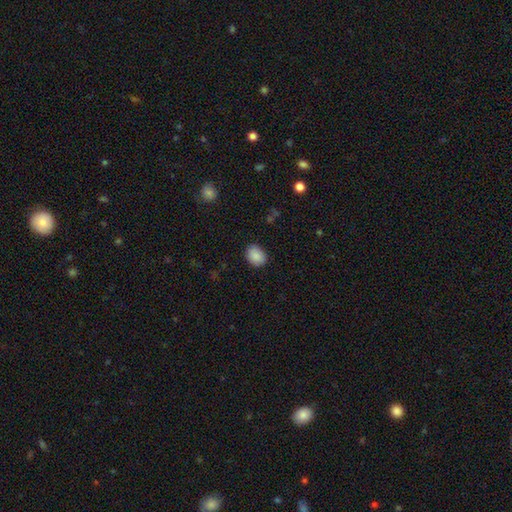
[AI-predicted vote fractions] A smooth galaxy with no disk features (89%) that is in between round and cigar-shaped (57%).

Vote fractions:
- Smooth or featured? smooth: 89% / star or artifact: 8% / featured or disk: 3%
- How rounded? in between: 57% / round: 42% / cigar-shaped: 1%
- Merging? none: 86% / minor disturbance: 11% / major disturbance: 2% / merger: 1%